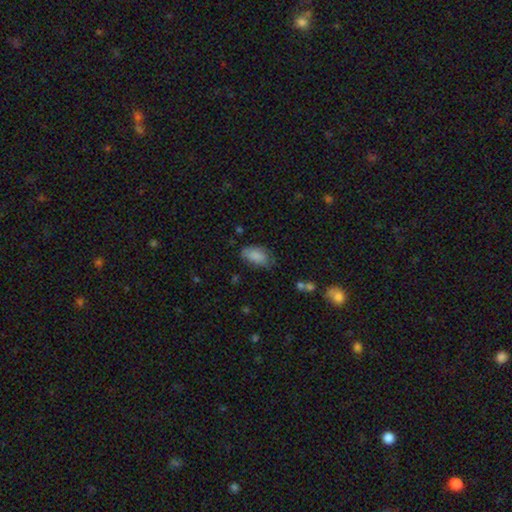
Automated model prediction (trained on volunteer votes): Smooth or featured?
  - smooth: 85% *
  - featured or disk: 8%
  - star or artifact: 7%
How rounded?
  - in between: 93% *
  - round: 4%
  - cigar-shaped: 3%
Merging?
  - none: 64% *
  - minor disturbance: 27%
  - major disturbance: 7%
  - merger: 2%